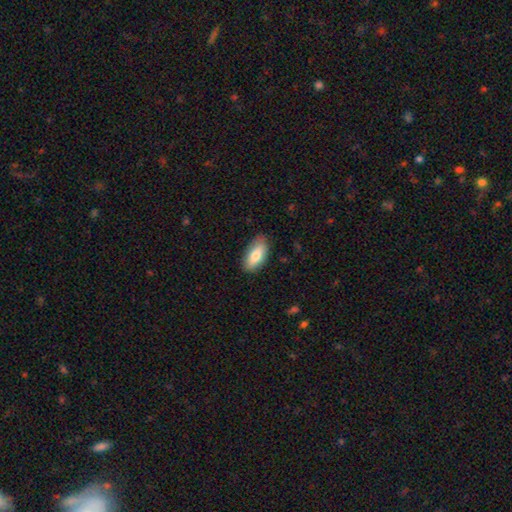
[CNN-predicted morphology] Smooth or featured: smooth — 77% (featured or disk — 16%)
How rounded: in between — 87% (cigar-shaped — 10%)
Merging: none — 82% (minor disturbance — 14%)